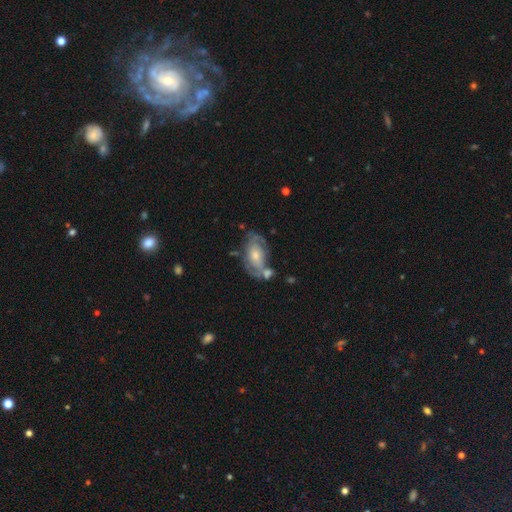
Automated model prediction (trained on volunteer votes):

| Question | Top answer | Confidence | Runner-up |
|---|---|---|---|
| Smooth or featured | featured or disk | 68% | smooth (26%) |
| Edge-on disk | no | 93% | yes (7%) |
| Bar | no | 72% | weak (23%) |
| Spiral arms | yes | 74% | no (26%) |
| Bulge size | moderate | 53% | small (35%) |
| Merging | none | 49% | minor disturbance (21%) |